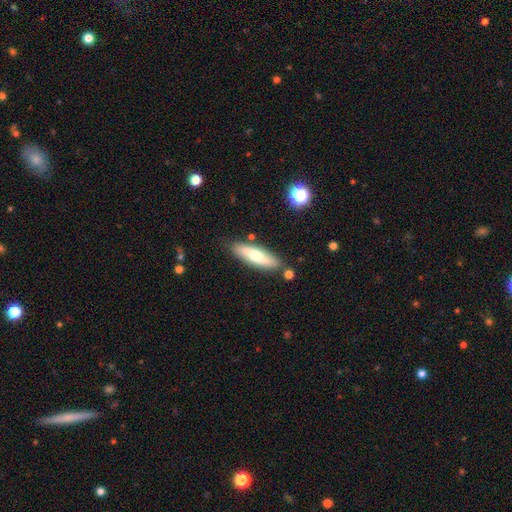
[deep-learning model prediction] Smooth or featured? smooth (61%)
How rounded? cigar-shaped (54%)
Merging? none (81%)